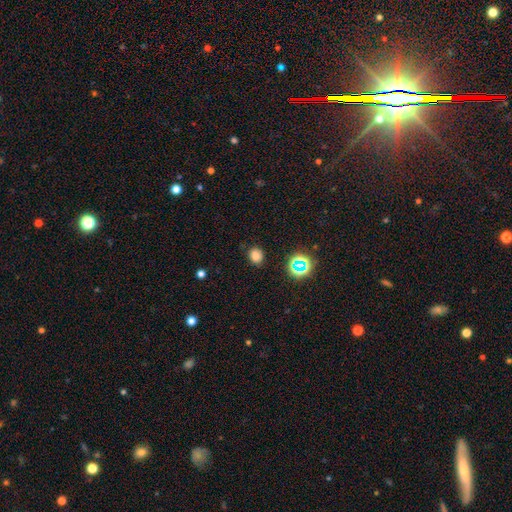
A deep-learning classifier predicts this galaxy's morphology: type=smooth (77%); roundness=round (71%); merging=none (85%).